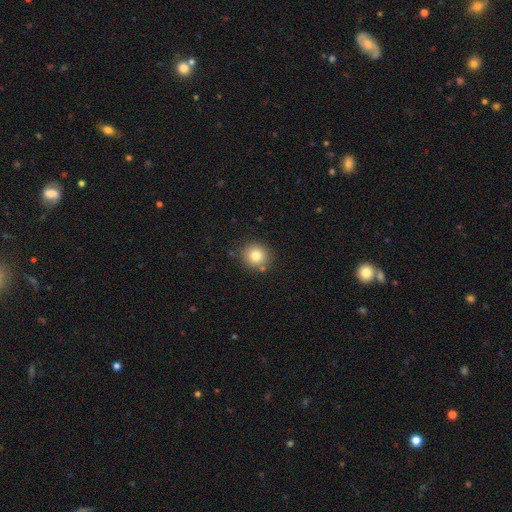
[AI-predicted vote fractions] Smooth or featured: smooth — 79% (star or artifact — 11%)
How rounded: round — 90% (in between — 9%)
Merging: none — 84% (minor disturbance — 9%)